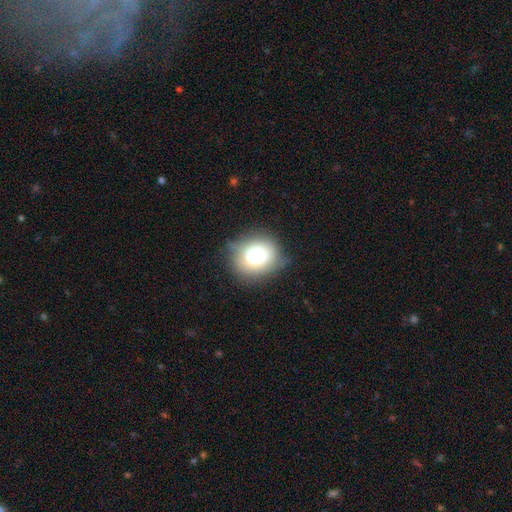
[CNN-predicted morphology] A smooth galaxy with no disk features (74%) that is round (68%). Merging: none (67%).